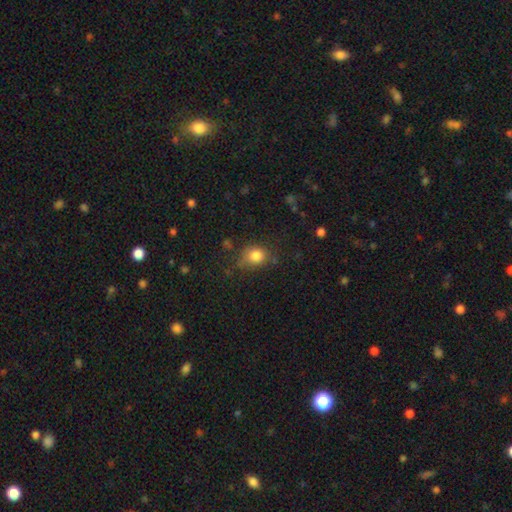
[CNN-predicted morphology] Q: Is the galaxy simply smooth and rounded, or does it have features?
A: smooth — 82%.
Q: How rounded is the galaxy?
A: round — 63%.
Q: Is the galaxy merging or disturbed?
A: none — 66%.